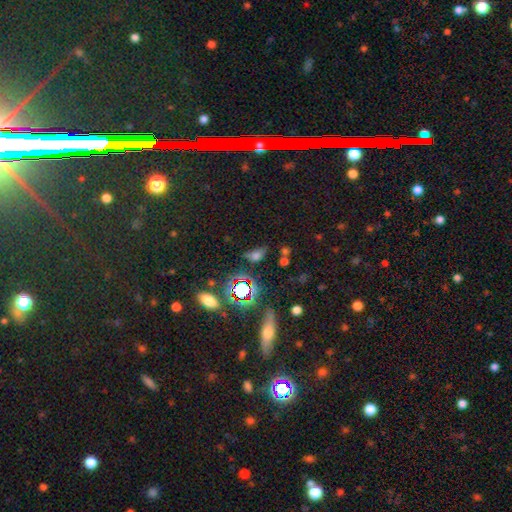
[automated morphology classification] Smooth or featured? smooth (53%)
How rounded? in between (74%)
Merging? none (57%)